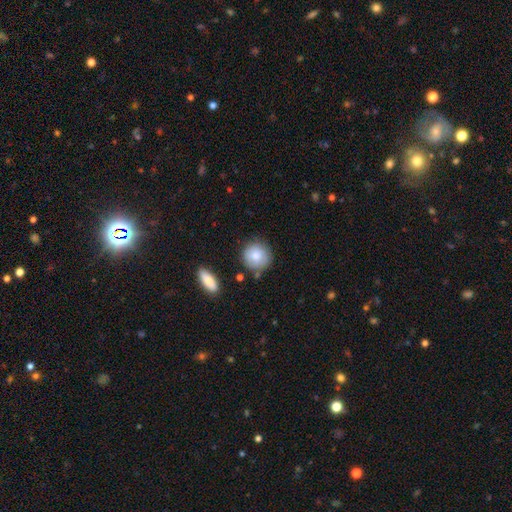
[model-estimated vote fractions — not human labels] smooth-or-featured: smooth: 83% | featured or disk: 10% | star or artifact: 7%
  how-rounded: round: 91% | in between: 8% | cigar-shaped: 1%
  merging: none: 77% | minor disturbance: 15% | merger: 5% | major disturbance: 3%